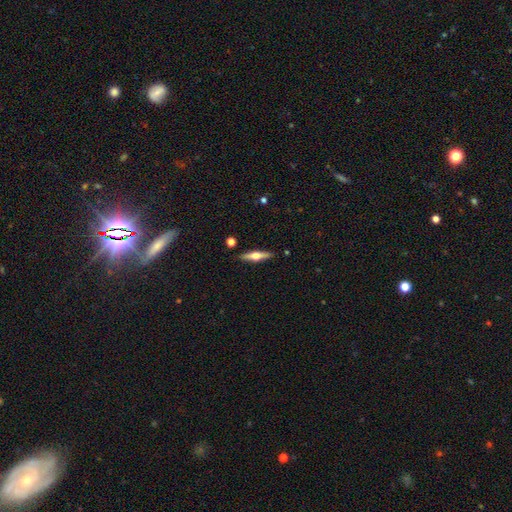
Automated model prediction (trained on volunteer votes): This appears to be a featured or disk galaxy (60%) viewed edge-on (96%) with a rounded central bulge (94%). Merging: none (89%).